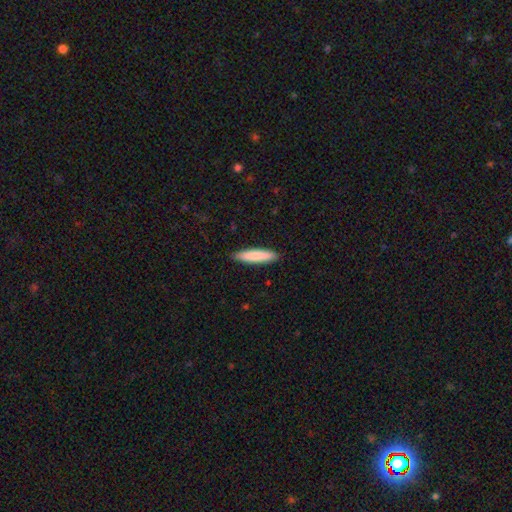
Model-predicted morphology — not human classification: Smooth or featured? Predicted: smooth (p=0.83). How rounded? Predicted: cigar-shaped (p=0.82). Merging? Predicted: none (p=0.89).